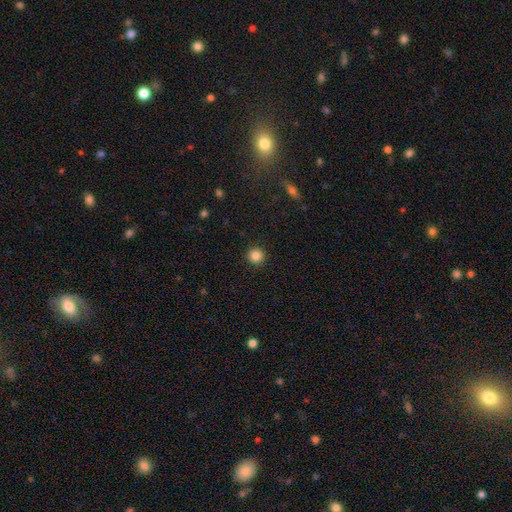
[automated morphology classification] Overall: smooth (85%). How rounded: round (95%). Merging: none (93%).